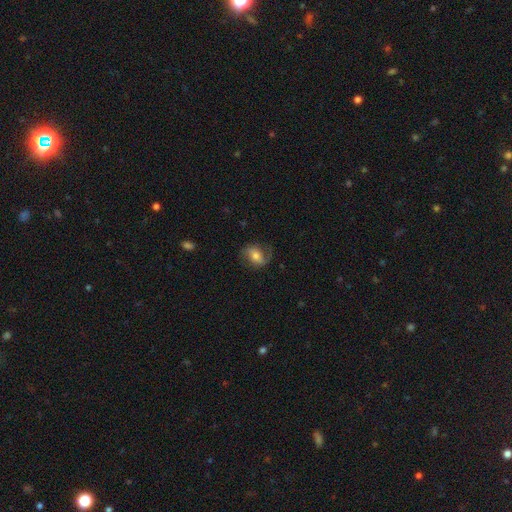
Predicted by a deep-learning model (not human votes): smooth-or-featured: featured or disk: 59% | smooth: 34% | star or artifact: 8%
  disk-edge-on: no: 96% | yes: 4%
    bar: no: 43% | weak: 38% | strong: 20%
    has-spiral-arms: yes: 89% | no: 11%
      spiral-winding: loose: 42% (tied) | medium: 42% (tied) | tight: 16%
      spiral-arm-count: 2: 73% | 1: 18% | can't tell: 6% | 3: 1% | 4: 1% | more than 4: 1%
    bulge-size: moderate: 61% | small: 26% | large: 9% | none: 2% | dominant: 2%
  merging: none: 67% | minor disturbance: 19% | major disturbance: 13% | merger: 1%